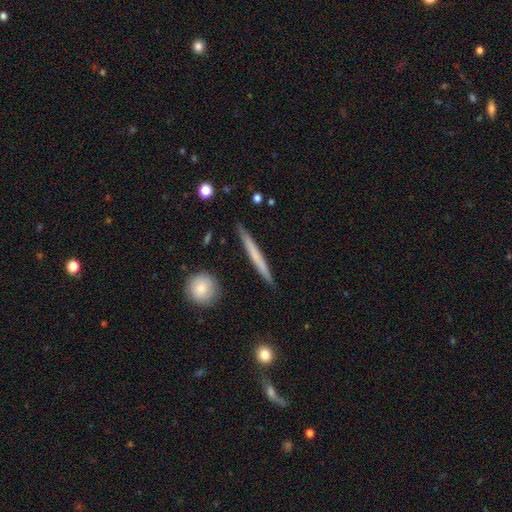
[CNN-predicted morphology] type=smooth (54%); roundness=cigar-shaped (96%); merging=none (91%).